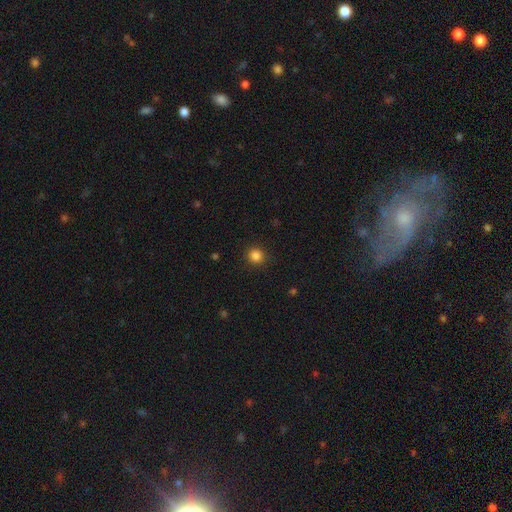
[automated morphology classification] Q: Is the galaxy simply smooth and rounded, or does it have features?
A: smooth — 85%.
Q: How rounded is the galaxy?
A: round — 92%.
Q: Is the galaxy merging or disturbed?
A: none — 90%.